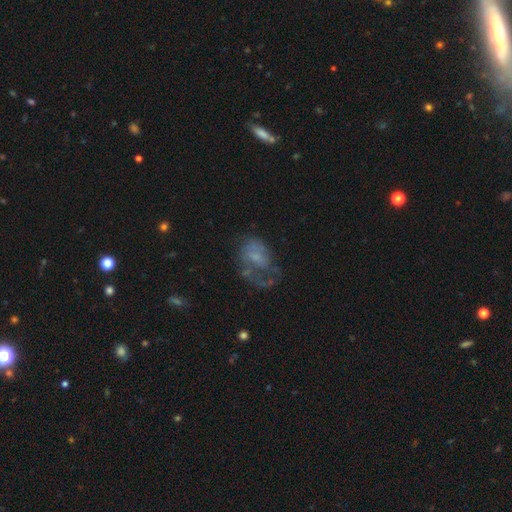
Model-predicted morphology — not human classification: A featured or disk galaxy (55%) with no bar (68%), spiral arms (51%) and a small central bulge (38%). Merging: major disturbance (45%).